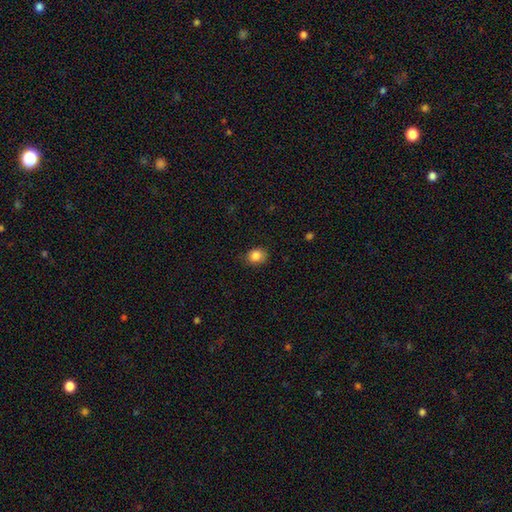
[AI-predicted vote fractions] Smooth or featured? smooth (85%)
How rounded? round (61%)
Merging? none (79%)